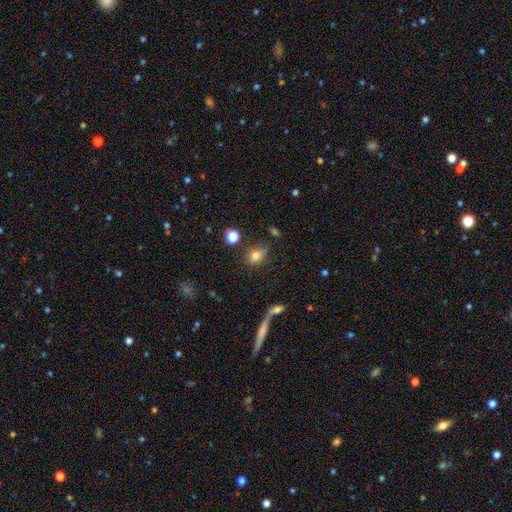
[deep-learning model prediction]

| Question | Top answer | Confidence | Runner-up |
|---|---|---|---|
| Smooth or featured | smooth | 72% | featured or disk (16%) |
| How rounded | in between | 66% | round (30%) |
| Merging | none | 76% | minor disturbance (13%) |